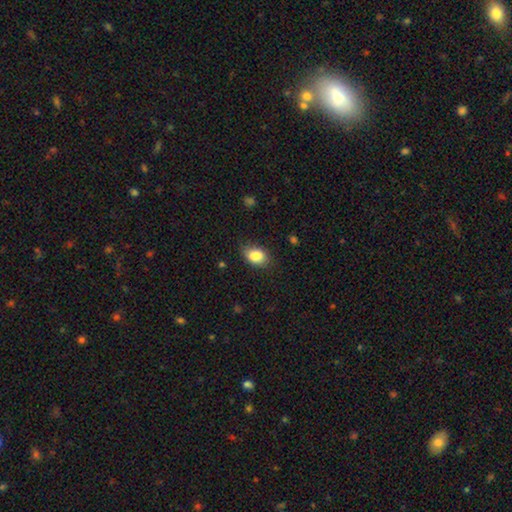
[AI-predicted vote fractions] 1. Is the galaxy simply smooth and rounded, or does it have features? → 85% smooth, 8% star or artifact, 7% featured or disk.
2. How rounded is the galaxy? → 83% in between, 15% round, 2% cigar-shaped.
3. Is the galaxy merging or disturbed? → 75% none, 20% minor disturbance, 4% major disturbance, 2% merger.